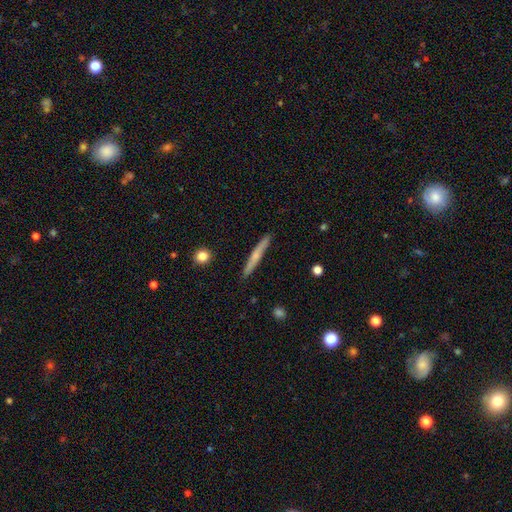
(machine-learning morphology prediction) Smooth or featured?
  - smooth: 49% *
  - featured or disk: 45%
  - star or artifact: 6%
Merging?
  - none: 90% *
  - minor disturbance: 7%
  - major disturbance: 1%
  - merger: 1%